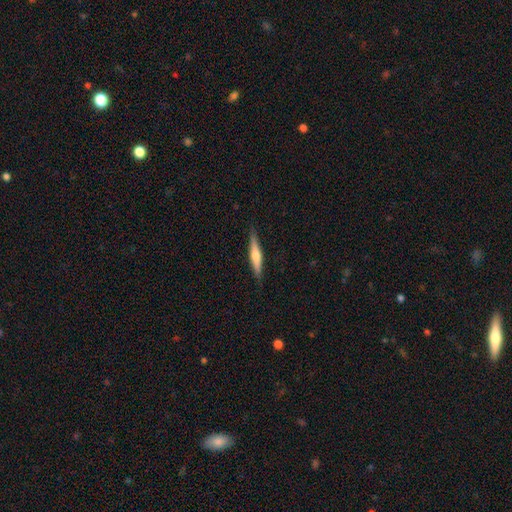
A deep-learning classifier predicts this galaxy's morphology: featured or disk 51%, smooth 43%, star or artifact 5%. Down the decision tree: edge-on disk — yes (97%); merging — none (88%).